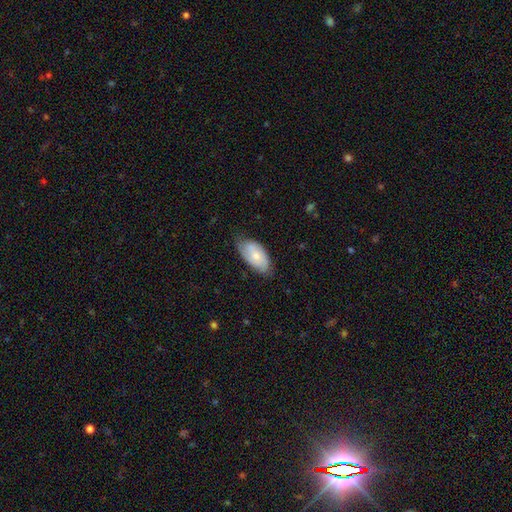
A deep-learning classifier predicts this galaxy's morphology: A smooth galaxy with no disk features (57%) that is in between round and cigar-shaped (93%).

Vote fractions:
- Smooth or featured? smooth: 57% / featured or disk: 37% / star or artifact: 6%
- How rounded? in between: 93% / cigar-shaped: 4% / round: 3%
- Merging? none: 63% / minor disturbance: 30% / major disturbance: 6% / merger: 1%